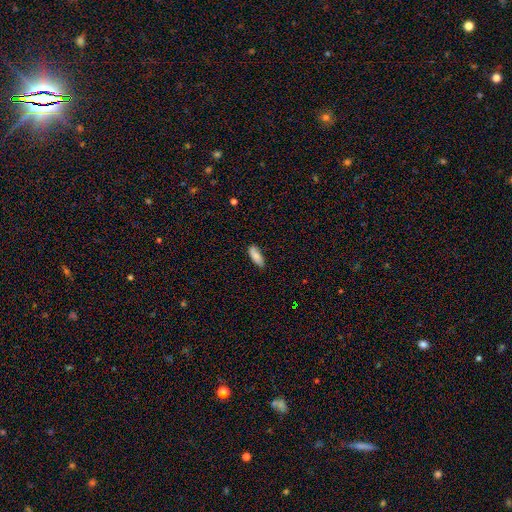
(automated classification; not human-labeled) smooth_or_featured: smooth (p=0.84) [alt: featured or disk p=0.10]
how_rounded: in between (p=0.75) [alt: cigar-shaped p=0.23]
merging: none (p=0.79) [alt: minor disturbance p=0.17]